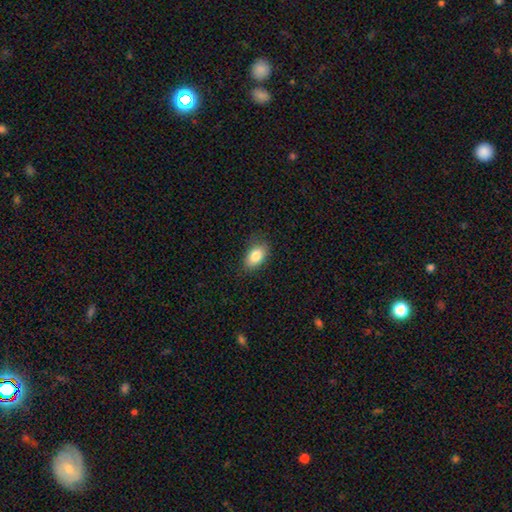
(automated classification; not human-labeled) Overall: smooth (83%). How rounded: in between (89%). Merging: none (80%).